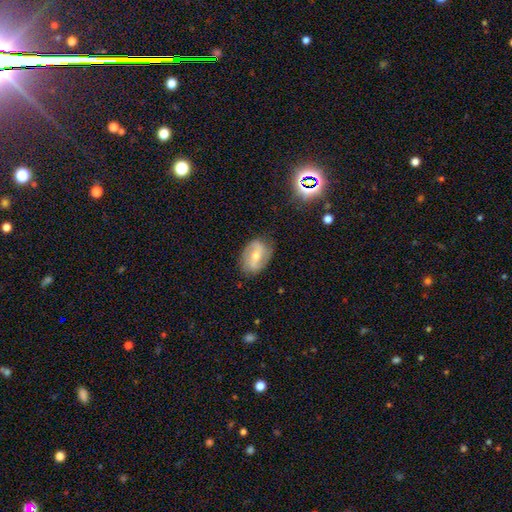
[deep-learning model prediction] This appears to be a featured or disk galaxy (69%) with a strong bar (39%), 2 (86%) loose (41%) spiral arms (83%) and a moderate central bulge (53%). Merging: none (80%).